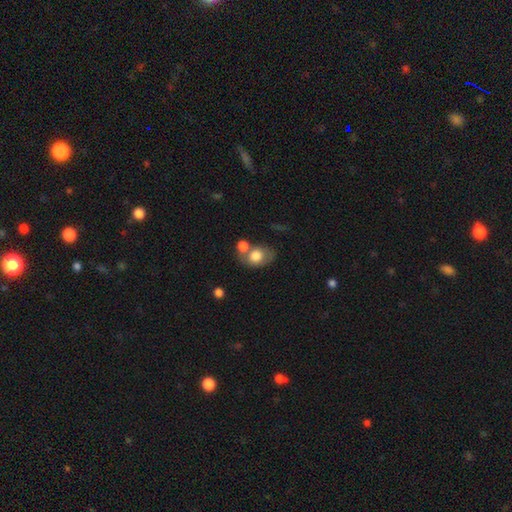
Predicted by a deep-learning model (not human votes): A smooth galaxy with no disk features (74%) that is in between round and cigar-shaped (66%). Merging: none (41%).